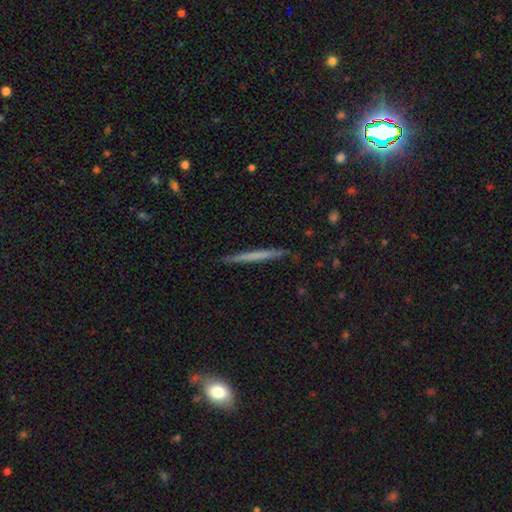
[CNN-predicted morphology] smooth-or-featured: smooth: 54% | featured or disk: 40% | star or artifact: 6%
  how-rounded: cigar-shaped: 97% | in between: 2% | round: 1%
  merging: none: 90% | minor disturbance: 7% | major disturbance: 1% | merger: 1%